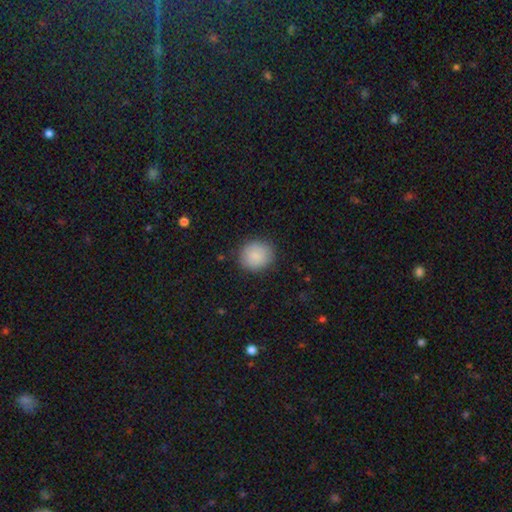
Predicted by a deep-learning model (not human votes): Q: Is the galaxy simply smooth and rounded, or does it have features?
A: smooth — 86%.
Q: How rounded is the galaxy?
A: round — 85%.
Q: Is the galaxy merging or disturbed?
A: none — 85%.